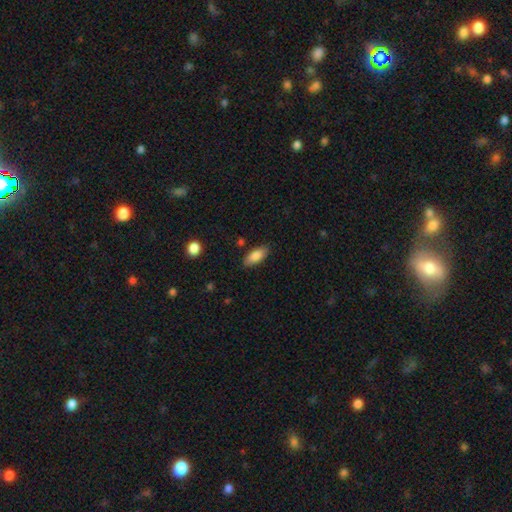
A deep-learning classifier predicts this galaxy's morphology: Smooth or featured: smooth — 84% (featured or disk — 10%)
How rounded: in between — 85% (cigar-shaped — 13%)
Merging: none — 84% (minor disturbance — 12%)